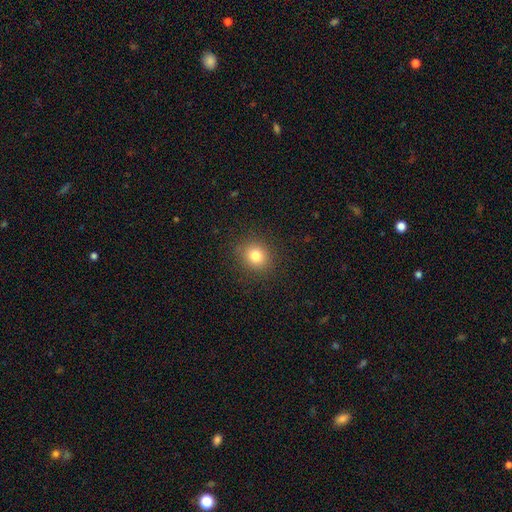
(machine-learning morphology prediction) Overall: smooth (80%). How rounded: round (80%). Merging: none (89%).